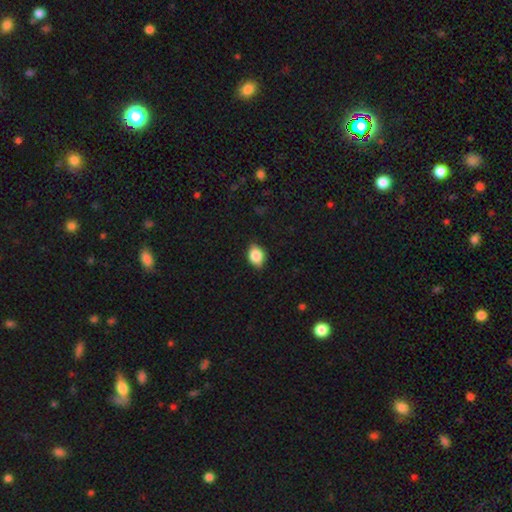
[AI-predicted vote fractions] A smooth galaxy with no disk features (83%) that is in between round and cigar-shaped (70%).

Vote fractions:
- Smooth or featured? smooth: 83% / featured or disk: 9% / star or artifact: 8%
- How rounded? in between: 70% / round: 28% / cigar-shaped: 2%
- Merging? none: 81% / minor disturbance: 15% / major disturbance: 3% / merger: 1%